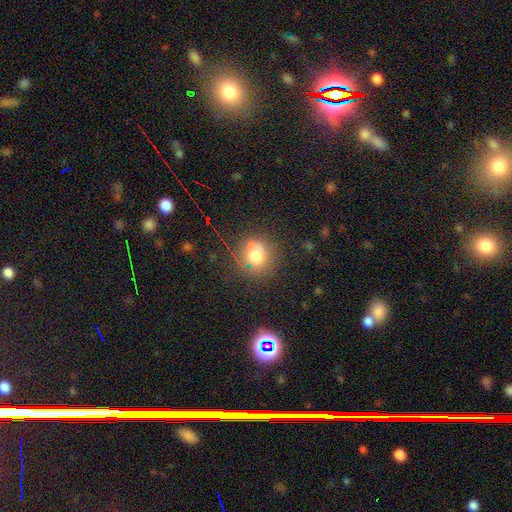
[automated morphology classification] Smooth or featured: smooth — 74% (star or artifact — 15%)
How rounded: round — 86% (in between — 13%)
Merging: none — 74% (minor disturbance — 16%)